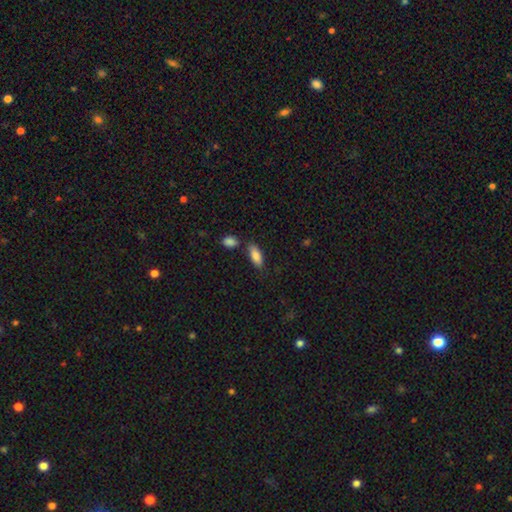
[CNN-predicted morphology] smooth 85%, featured or disk 9%, star or artifact 7%. Down the decision tree: how rounded — in between (80%); merging — none (70%).